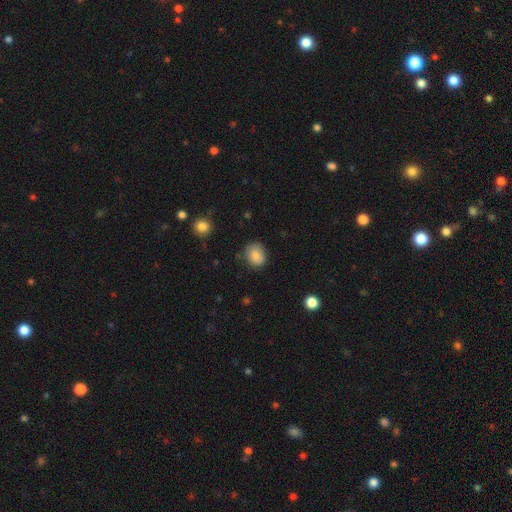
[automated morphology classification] This is clearly a smooth galaxy (85%). How rounded: possibly round (59%). Merging: likely none (78%).